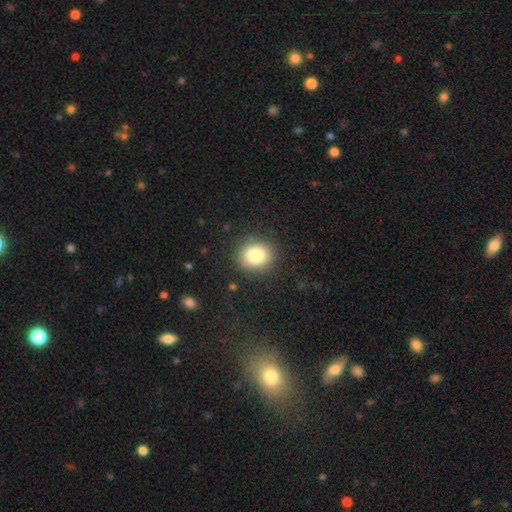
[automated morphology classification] This is clearly a smooth galaxy (82%). How rounded: likely round (69%). Merging: clearly none (87%).